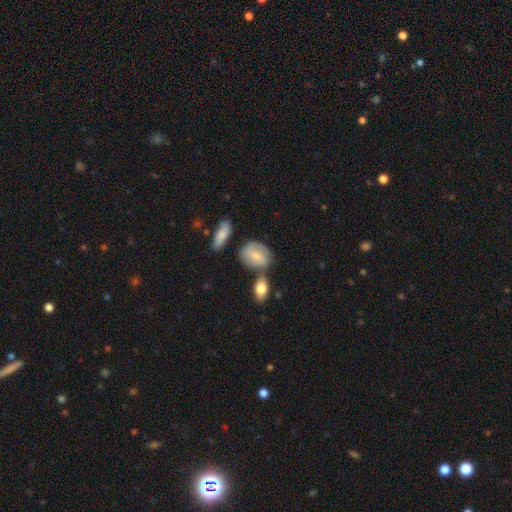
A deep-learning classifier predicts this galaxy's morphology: smooth-or-featured: smooth: 59% | featured or disk: 33% | star or artifact: 7%
  how-rounded: in between: 61% | round: 36% | cigar-shaped: 3%
  merging: none: 54% | merger: 22% | minor disturbance: 19% | major disturbance: 6%